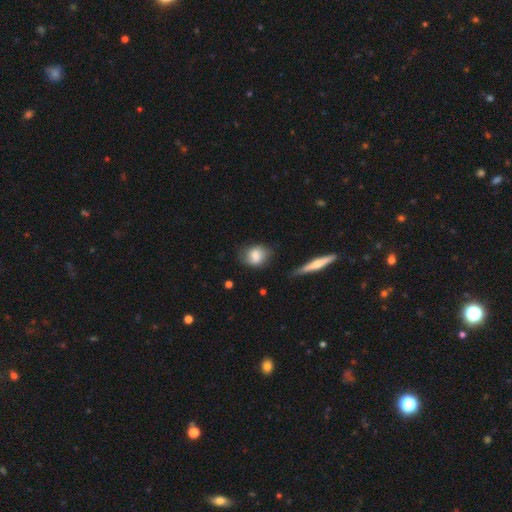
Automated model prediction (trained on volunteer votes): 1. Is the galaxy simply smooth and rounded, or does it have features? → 75% smooth, 18% featured or disk, 8% star or artifact.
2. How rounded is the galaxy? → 53% in between, 45% round, 2% cigar-shaped.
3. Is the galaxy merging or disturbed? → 65% none, 25% minor disturbance, 6% major disturbance, 3% merger.